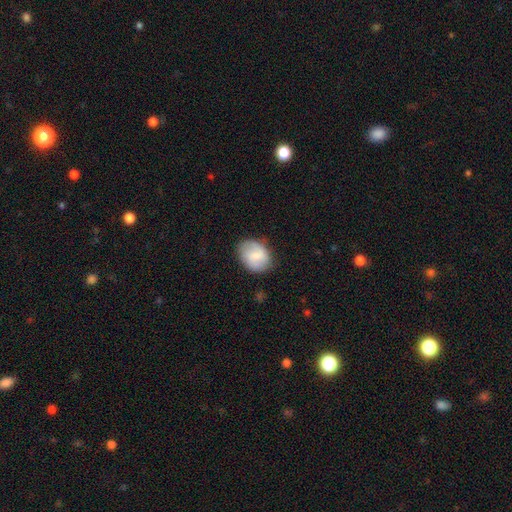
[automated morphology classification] This is likely a smooth galaxy (71%). How rounded: possibly in between (56%). Merging: likely none (76%).